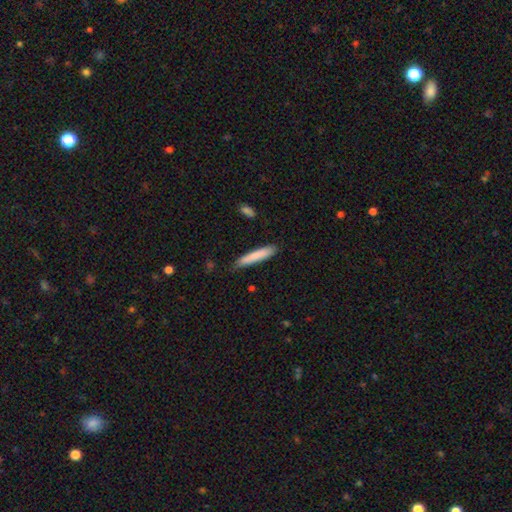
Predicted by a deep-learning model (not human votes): A smooth galaxy with no disk features (81%) that is cigar-shaped (90%).

Vote fractions:
- Smooth or featured? smooth: 81% / featured or disk: 13% / star or artifact: 6%
- How rounded? cigar-shaped: 90% / in between: 9% / round: 1%
- Merging? none: 80% / minor disturbance: 16% / major disturbance: 2% / merger: 1%